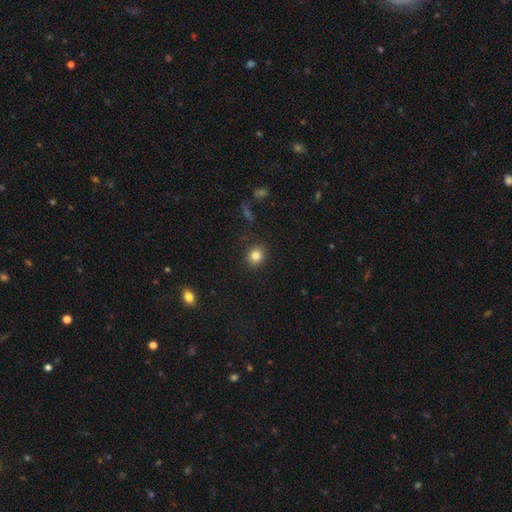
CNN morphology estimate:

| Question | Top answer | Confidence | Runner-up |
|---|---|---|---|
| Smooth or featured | smooth | 82% | star or artifact (11%) |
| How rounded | round | 78% | in between (21%) |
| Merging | none | 88% | minor disturbance (8%) |